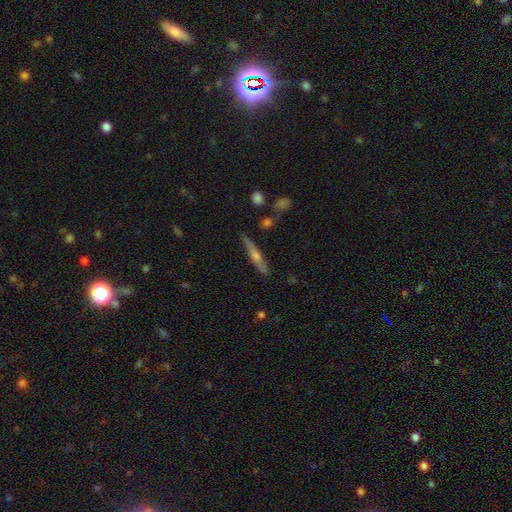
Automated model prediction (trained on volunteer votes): Morphology: type=featured or disk (58%); edge-on=yes (93%); edge-on bulge=rounded (84%); merging=none (79%).